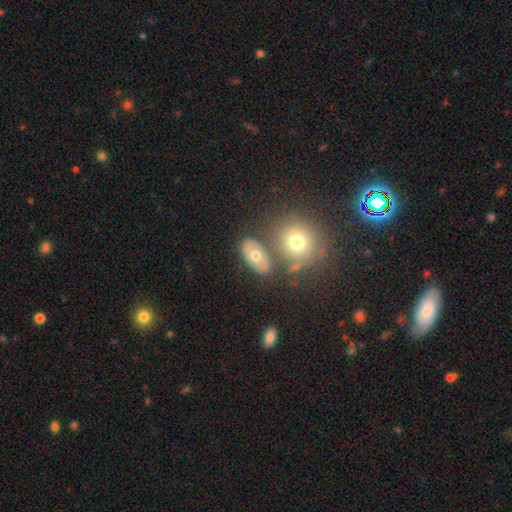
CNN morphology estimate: type=smooth (53%); roundness=in between (79%); merging=none (70%).